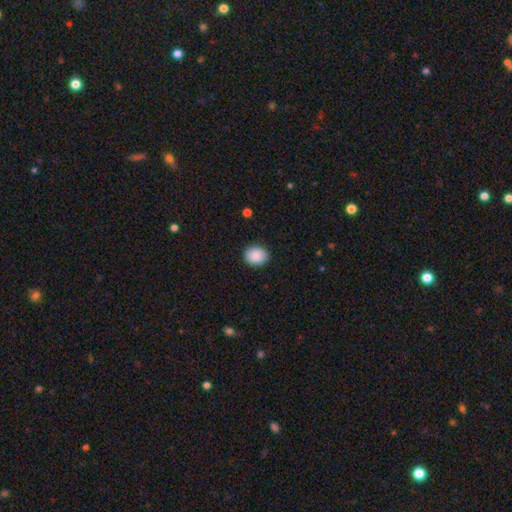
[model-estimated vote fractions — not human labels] Smooth or featured? Predicted: smooth (p=0.89). How rounded? Predicted: round (p=0.62). Merging? Predicted: none (p=0.90).